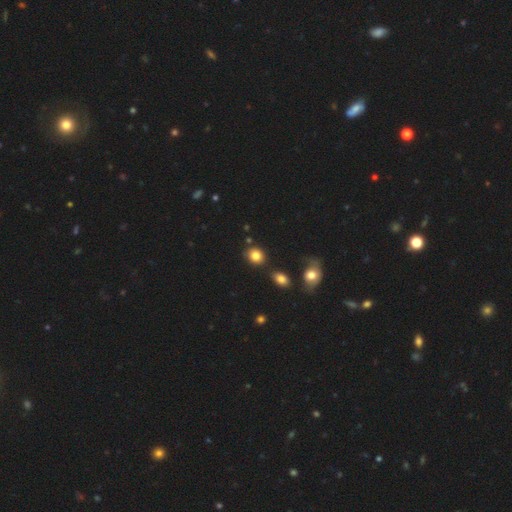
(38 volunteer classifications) Morphology: type=smooth (84%); roundness=round (56%); merging=none (80%).